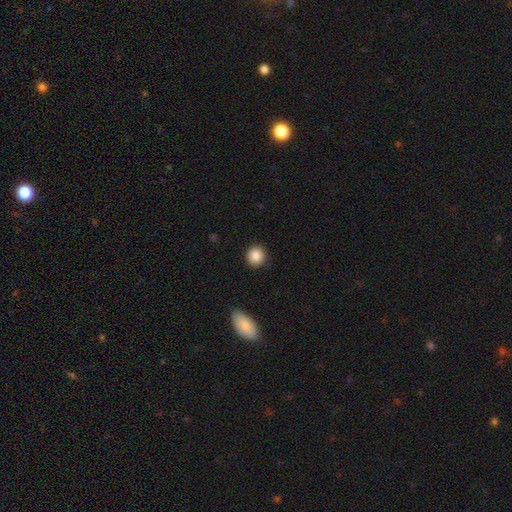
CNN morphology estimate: Smooth or featured: smooth — 88% (star or artifact — 8%)
How rounded: round — 89% (in between — 10%)
Merging: none — 89% (minor disturbance — 8%)